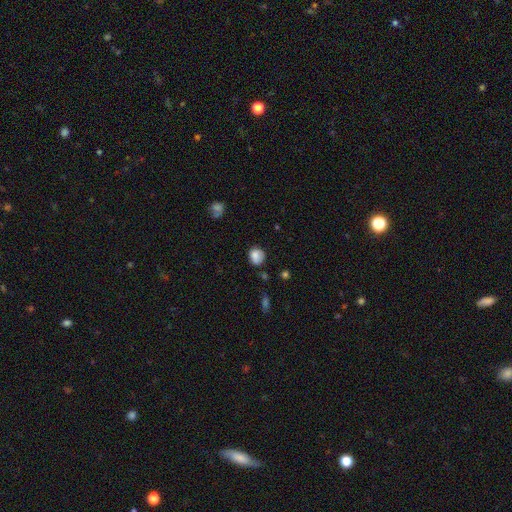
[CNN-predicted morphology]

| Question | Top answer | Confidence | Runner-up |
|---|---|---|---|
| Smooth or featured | smooth | 80% | featured or disk (10%) |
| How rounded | round | 69% | in between (30%) |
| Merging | none | 67% | minor disturbance (24%) |